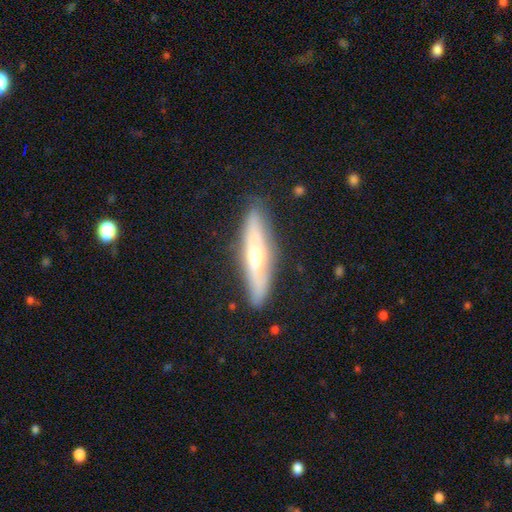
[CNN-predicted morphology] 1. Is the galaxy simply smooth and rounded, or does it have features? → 58% featured or disk, 36% smooth, 6% star or artifact.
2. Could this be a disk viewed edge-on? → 78% yes, 22% no.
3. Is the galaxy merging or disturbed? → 85% none, 11% minor disturbance, 3% major disturbance, 1% merger.